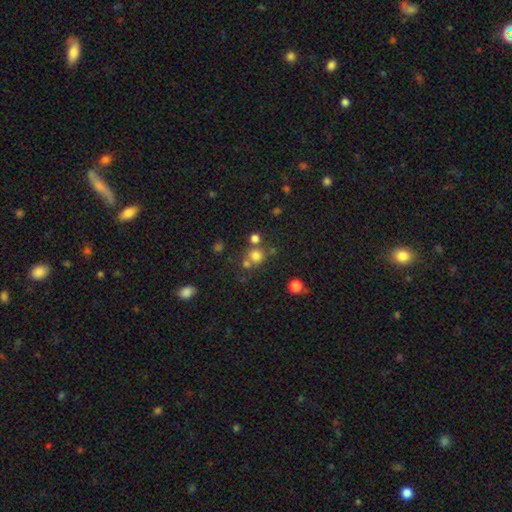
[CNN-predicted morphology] Smooth or featured? Predicted: smooth (p=0.73). How rounded? Predicted: round (p=0.88). Merging? Predicted: none (p=0.63).